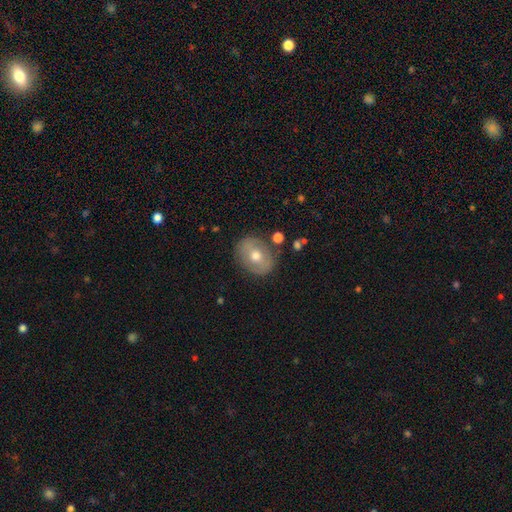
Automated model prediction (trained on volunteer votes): Overall: smooth (53%; featured or disk 39%). How rounded: in between (50%; round 49%). Merging: none (81%).